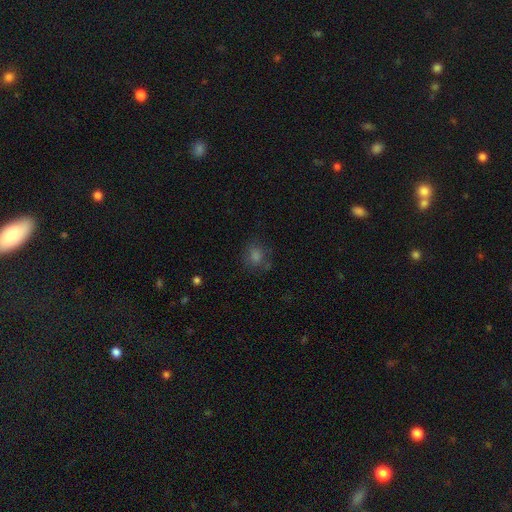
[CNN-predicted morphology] Overall: smooth (64%; star or artifact 24%). How rounded: round (77%). Merging: none (75%).